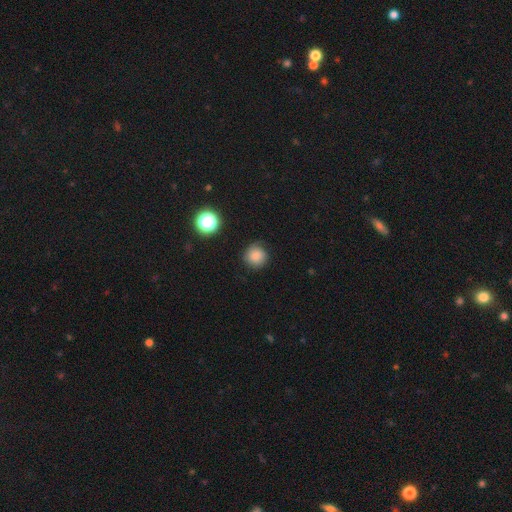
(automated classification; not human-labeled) Smooth or featured: smooth — 82% (star or artifact — 12%)
How rounded: round — 93% (in between — 6%)
Merging: none — 81% (minor disturbance — 14%)